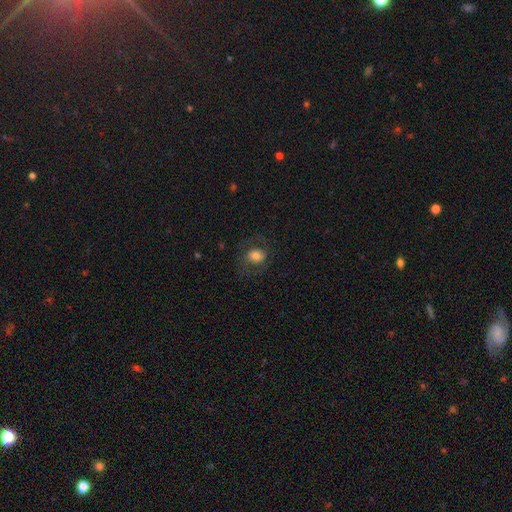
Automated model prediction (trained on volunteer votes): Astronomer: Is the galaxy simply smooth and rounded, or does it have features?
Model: smooth — 63%.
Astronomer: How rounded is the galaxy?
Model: round — 60% (runner-up: in between, 39%).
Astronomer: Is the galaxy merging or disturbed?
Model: none — 69%.